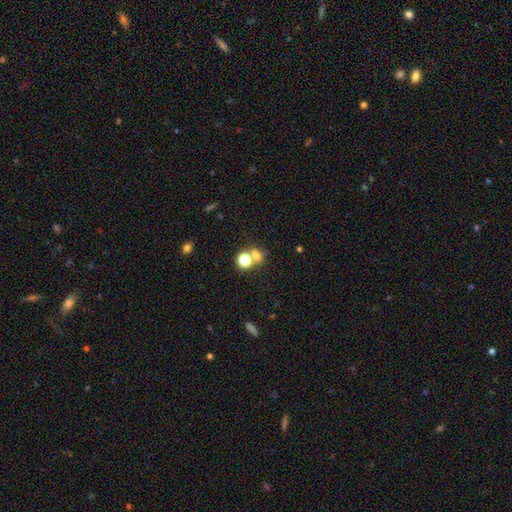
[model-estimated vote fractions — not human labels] The model was most divided on "merging": none: 47%, merger: 39%, minor disturbance: 8%, major disturbance: 5%. More confident: how rounded — round (61%); smooth or featured — smooth (60%).